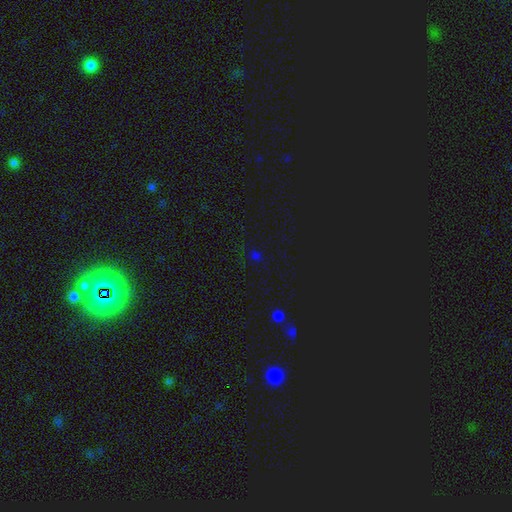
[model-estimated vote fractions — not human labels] Smooth or featured?
  - star or artifact: 57% *
  - smooth: 37%
  - featured or disk: 6%